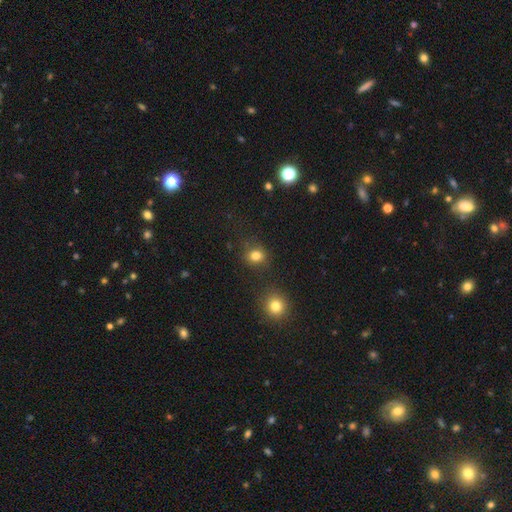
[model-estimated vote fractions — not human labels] This is clearly a smooth galaxy (80%). How rounded: likely round (76%). Merging: likely none (79%).